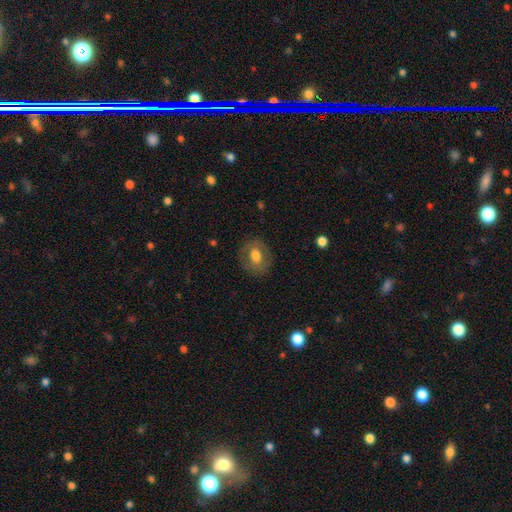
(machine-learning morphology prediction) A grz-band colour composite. It shows a smooth galaxy with no disk features (60%) that is round (57%). Merging: none (81%).